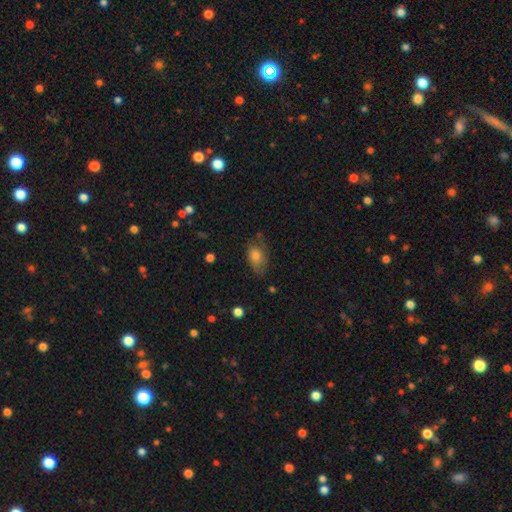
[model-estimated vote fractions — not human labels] This appears to be a smooth galaxy with no disk features (70%) that is in between round and cigar-shaped (87%). Merging: none (58%).